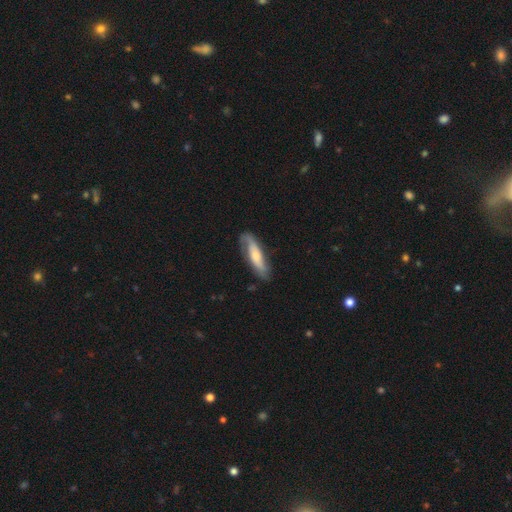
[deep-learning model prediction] This appears to be a featured or disk galaxy (54%). Merging: none (72%).